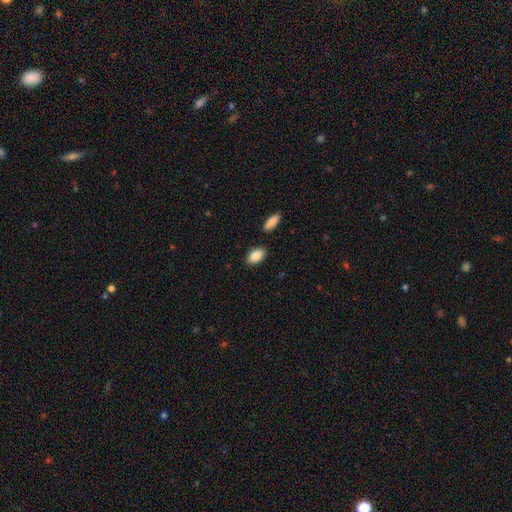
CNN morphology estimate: smooth 88%, star or artifact 6%, featured or disk 6%. Down the decision tree: how rounded — in between (92%); merging — none (86%).